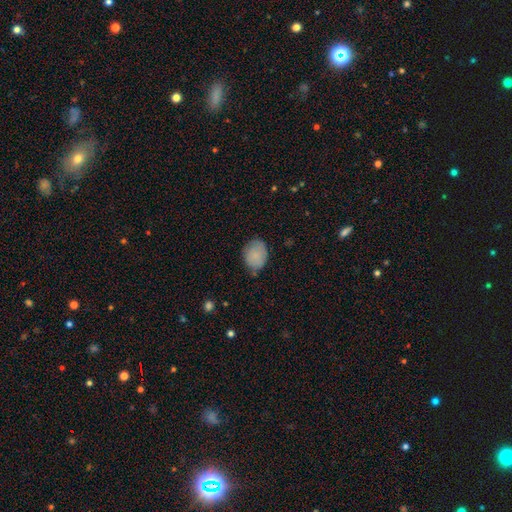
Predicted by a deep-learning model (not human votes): Overall: smooth (85%). How rounded: in between (57%; round 42%). Merging: none (68%).